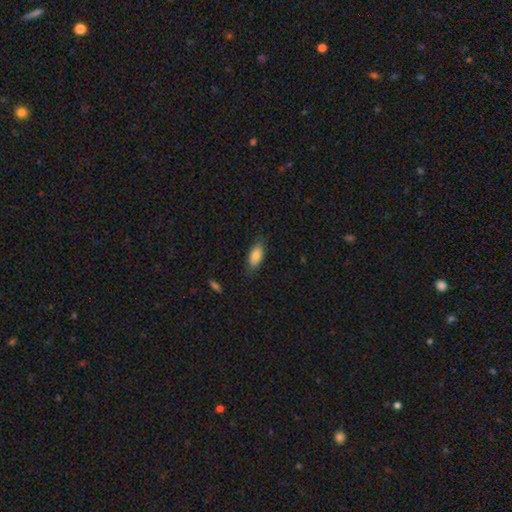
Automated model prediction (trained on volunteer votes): A smooth galaxy with no disk features (83%) that is in between round and cigar-shaped (83%).

Vote fractions:
- Smooth or featured? smooth: 83% / featured or disk: 10% / star or artifact: 7%
- How rounded? in between: 83% / cigar-shaped: 14% / round: 3%
- Merging? none: 77% / minor disturbance: 18% / major disturbance: 4% / merger: 1%